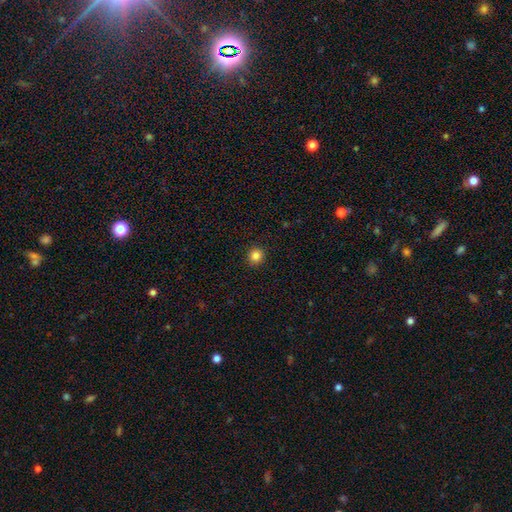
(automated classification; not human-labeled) smooth_or_featured: smooth (p=0.85) [alt: star or artifact p=0.11]
how_rounded: round (p=0.92) [alt: in between p=0.07]
merging: none (p=0.93) [alt: minor disturbance p=0.05]